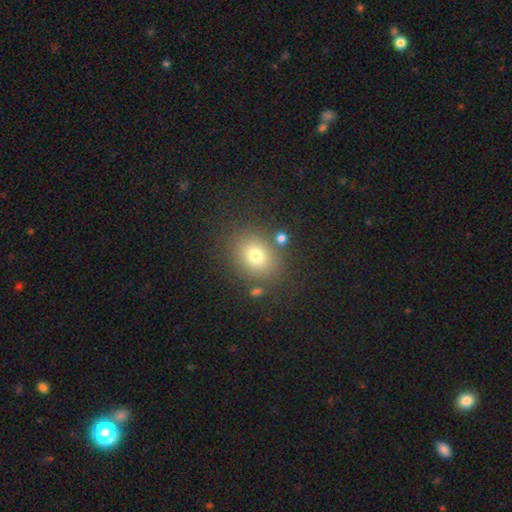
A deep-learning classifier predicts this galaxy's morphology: smooth_or_featured: smooth (p=0.74) [alt: star or artifact p=0.14]
how_rounded: round (p=0.53) [alt: in between p=0.46]
merging: none (p=0.79) [alt: minor disturbance p=0.11]